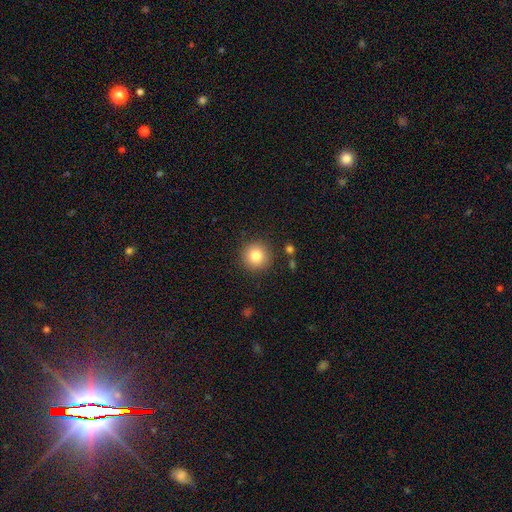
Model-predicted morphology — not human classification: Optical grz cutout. It shows a smooth galaxy with no disk features (83%) that is round (95%). Merging: none (89%).